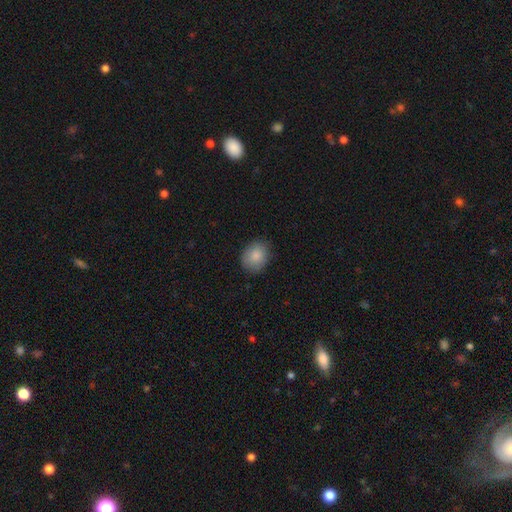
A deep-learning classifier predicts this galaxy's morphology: Smooth or featured?
  - smooth: 86% *
  - star or artifact: 8%
  - featured or disk: 7%
How rounded?
  - round: 52% *
  - in between: 47%
  - cigar-shaped: 1%
Merging?
  - none: 83% *
  - minor disturbance: 13%
  - major disturbance: 3%
  - merger: 1%